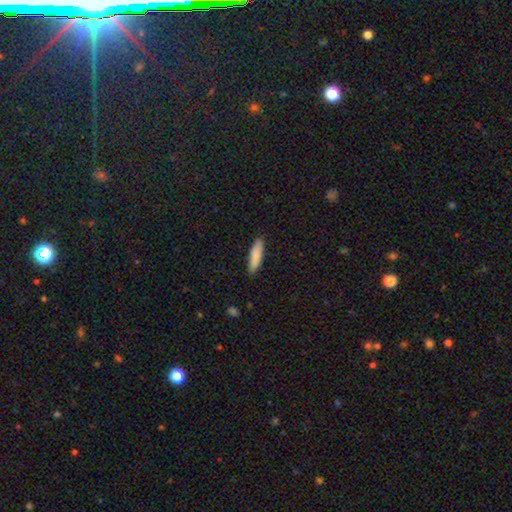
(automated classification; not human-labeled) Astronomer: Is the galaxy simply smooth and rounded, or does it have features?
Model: smooth — 86%.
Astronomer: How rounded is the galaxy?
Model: cigar-shaped — 73%.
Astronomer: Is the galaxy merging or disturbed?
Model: none — 88%.